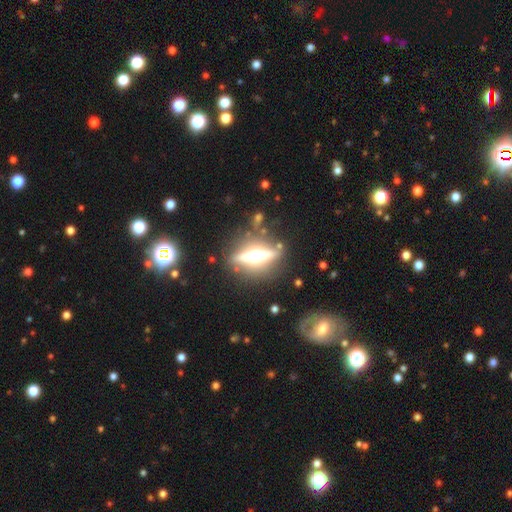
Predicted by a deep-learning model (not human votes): Smooth or featured: featured or disk — 77% (smooth — 14%)
Edge-on disk: yes — 93% (no — 7%)
Edge-on bulge: rounded — 88% (boxy — 9%)
Merging: none — 81% (minor disturbance — 10%)